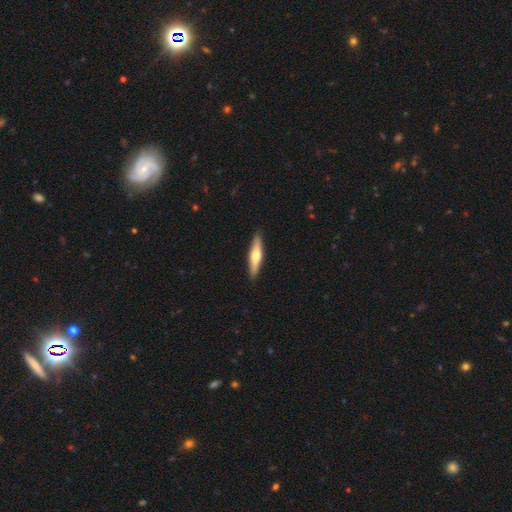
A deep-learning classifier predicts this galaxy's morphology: Smooth or featured?
  - featured or disk: 50% *
  - smooth: 46%
  - star or artifact: 5%
Merging?
  - none: 91% *
  - minor disturbance: 6%
  - major disturbance: 1%
  - merger: 1%